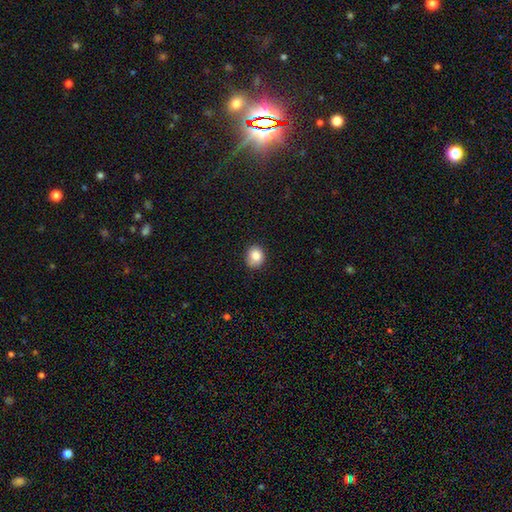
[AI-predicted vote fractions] Q: Smooth or featured?
A: smooth (85%); runner-up: star or artifact (9%)
Q: How rounded?
A: round (69%); runner-up: in between (30%)
Q: Merging?
A: none (77%); runner-up: minor disturbance (19%)